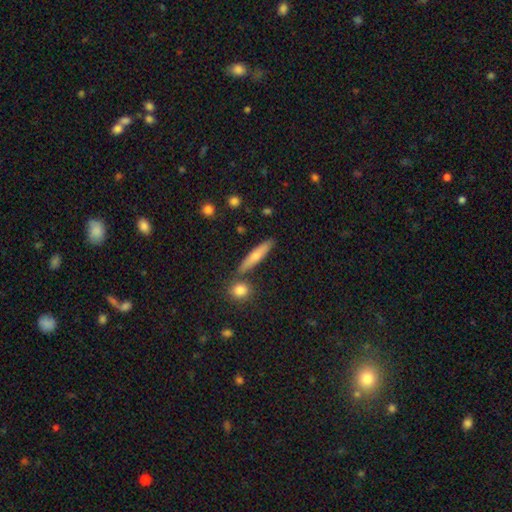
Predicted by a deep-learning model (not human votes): This is likely a smooth galaxy (65%). How rounded: clearly cigar-shaped (83%). Merging: likely none (79%).